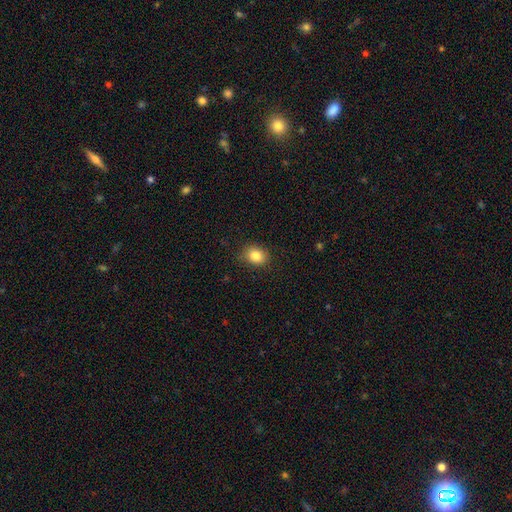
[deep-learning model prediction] Smooth or featured: smooth — 84% (star or artifact — 10%)
How rounded: in between — 51% (round — 48%)
Merging: none — 85% (minor disturbance — 12%)